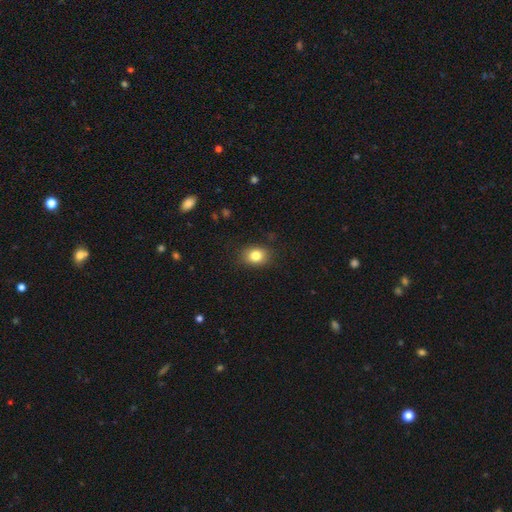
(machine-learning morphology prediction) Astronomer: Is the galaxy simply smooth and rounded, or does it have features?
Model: smooth — 83%.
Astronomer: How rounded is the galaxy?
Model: in between — 55% (runner-up: round, 44%).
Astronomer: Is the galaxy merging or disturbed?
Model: none — 85%.